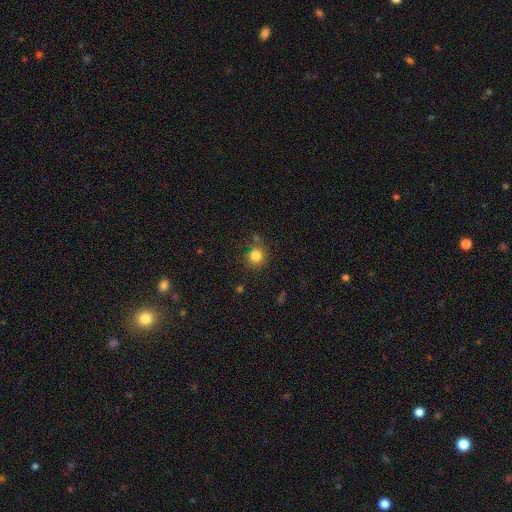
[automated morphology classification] smooth 82%, star or artifact 12%, featured or disk 6%. Down the decision tree: how rounded — round (91%); merging — none (77%).